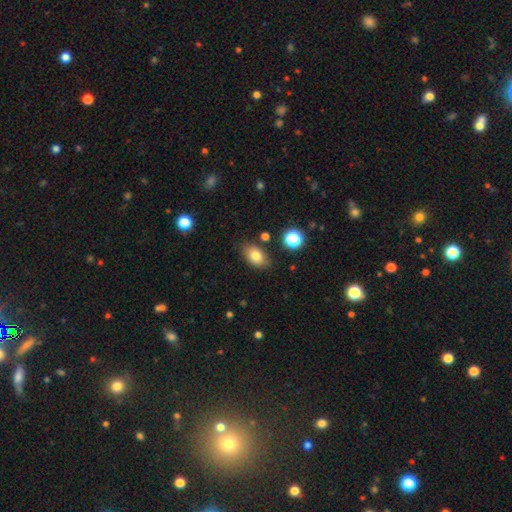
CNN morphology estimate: Smooth or featured?
  - smooth: 80% *
  - featured or disk: 10%
  - star or artifact: 10%
How rounded?
  - in between: 86% *
  - round: 12%
  - cigar-shaped: 2%
Merging?
  - none: 80% *
  - minor disturbance: 13%
  - merger: 3%
  - major disturbance: 3%